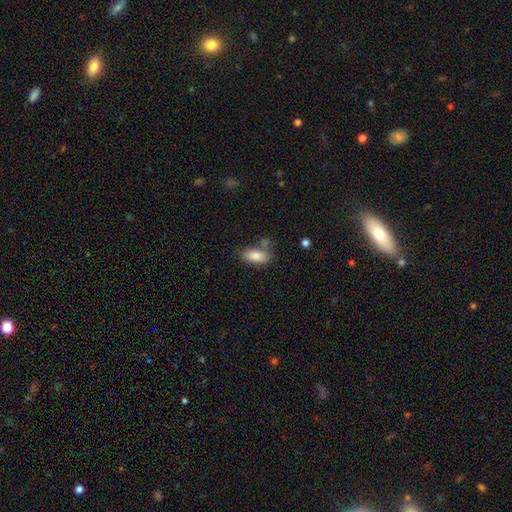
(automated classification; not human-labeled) This appears to be a smooth galaxy with no disk features (85%) that is in between round and cigar-shaped (86%). Merging: none (68%).